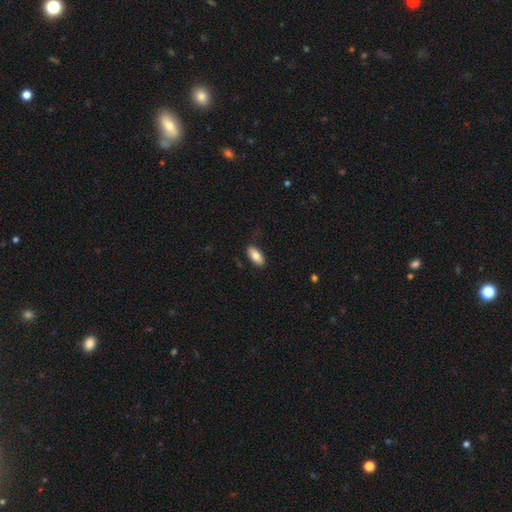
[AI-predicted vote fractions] Q: Smooth or featured?
A: smooth (82%); runner-up: featured or disk (11%)
Q: How rounded?
A: in between (90%); runner-up: cigar-shaped (8%)
Q: Merging?
A: none (85%); runner-up: minor disturbance (12%)